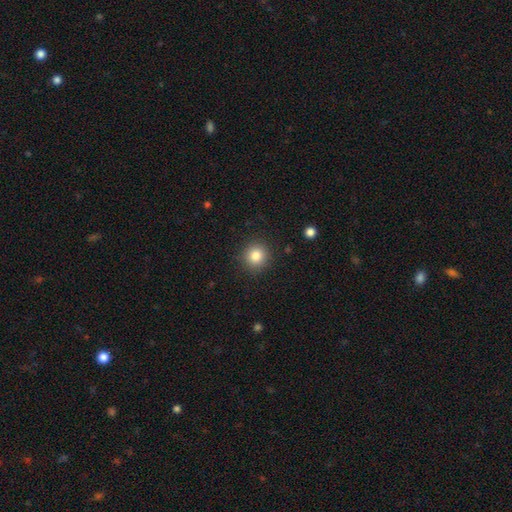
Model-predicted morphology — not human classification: Smooth or featured: smooth — 83% (star or artifact — 11%)
How rounded: round — 92% (in between — 7%)
Merging: none — 90% (minor disturbance — 7%)